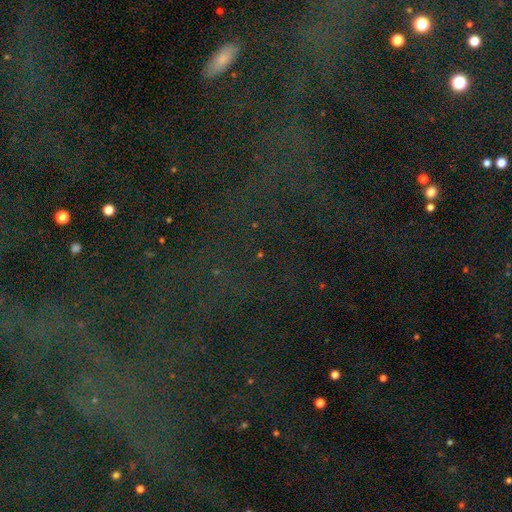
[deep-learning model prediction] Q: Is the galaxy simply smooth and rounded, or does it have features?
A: star or artifact — 79%.